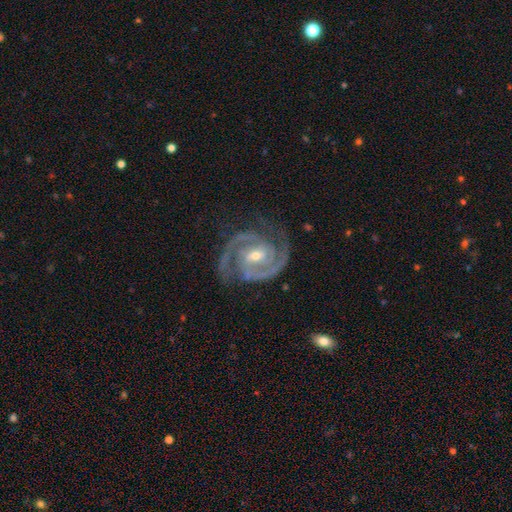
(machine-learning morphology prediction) The model was most divided on "bulge size": small: 50%, moderate: 47%, large: 1%, none: 1%, dominant: 1%. Remaining: spiral arms — yes (99%); edge-on disk — no (98%); smooth or featured — featured or disk (94%); spiral arm count — 2 (88%); merging — none (80%); spiral winding — tight (56%); bar — weak (42%).